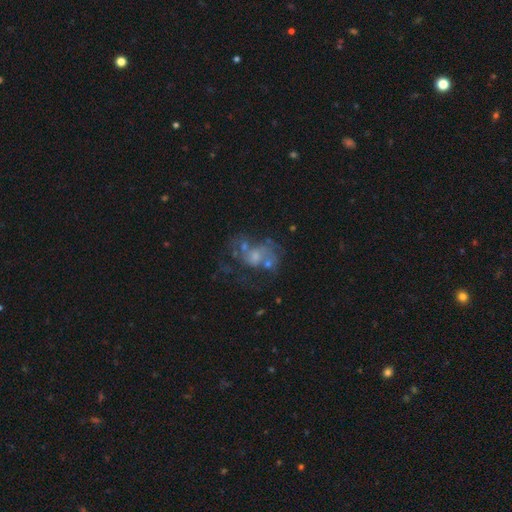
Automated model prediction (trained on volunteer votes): featured or disk 59%, smooth 22%, star or artifact 19%. Down the decision tree: edge-on disk — no (97%); bar — no (83%); spiral arms — no (64%); bulge size — small (36%); merging — none (32%).